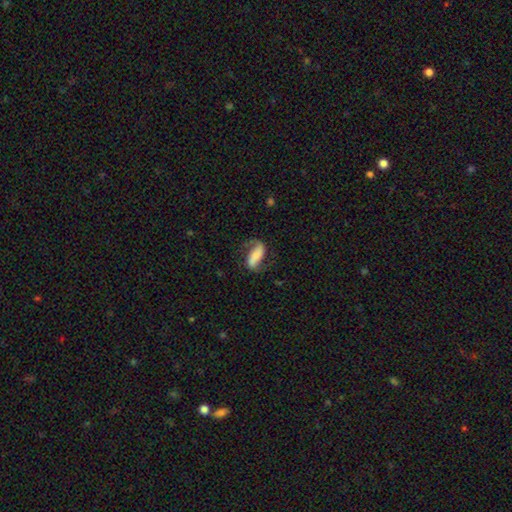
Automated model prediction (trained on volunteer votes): The model was most divided on "bulge size": small: 32%, none: 27%, moderate: 20%, large: 14%, dominant: 7%. Remaining: edge-on disk — no (91%); spiral arms — yes (89%); merging — none (59%); smooth or featured — featured or disk (58%); bar — strong (49%).